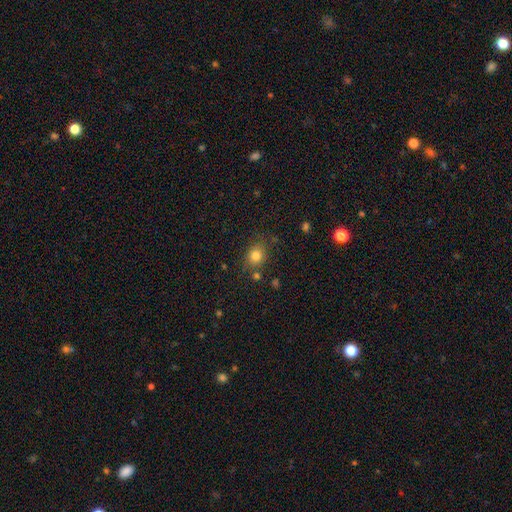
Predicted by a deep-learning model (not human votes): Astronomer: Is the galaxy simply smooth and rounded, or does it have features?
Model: smooth — 80%.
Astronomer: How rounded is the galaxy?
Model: round — 65%.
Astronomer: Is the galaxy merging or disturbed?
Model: none — 75%.